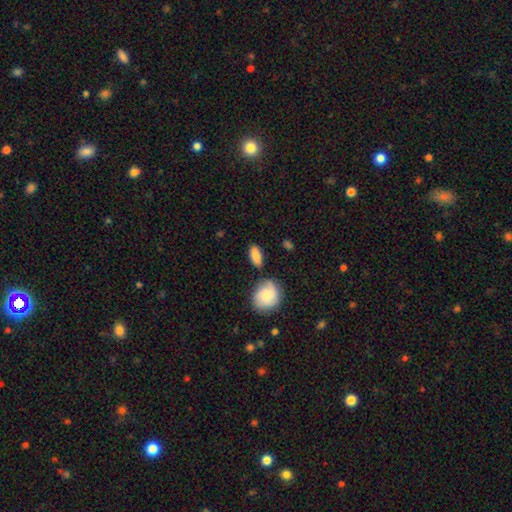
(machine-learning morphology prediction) A smooth galaxy with no disk features (85%) that is in between round and cigar-shaped (85%). Merging: none (70%).